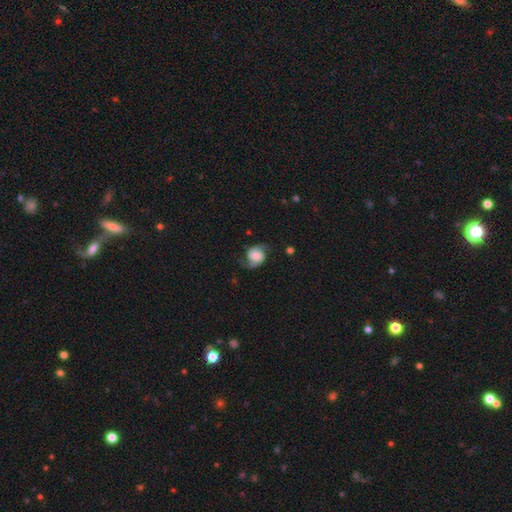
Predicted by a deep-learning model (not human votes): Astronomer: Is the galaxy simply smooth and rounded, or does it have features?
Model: featured or disk — 72%.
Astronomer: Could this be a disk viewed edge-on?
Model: no — 98%.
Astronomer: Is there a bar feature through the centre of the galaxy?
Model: no — 61%.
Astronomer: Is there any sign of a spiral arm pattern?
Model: yes — 94%.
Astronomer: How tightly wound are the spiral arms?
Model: medium — 42% (runner-up: loose, 41%).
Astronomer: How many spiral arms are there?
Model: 2 — 90%.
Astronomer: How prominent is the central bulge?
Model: moderate — 28% (runner-up: large, 27%).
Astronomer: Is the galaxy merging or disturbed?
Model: none — 69%.